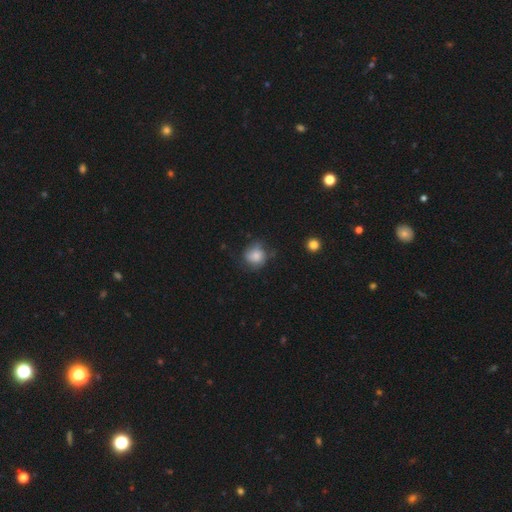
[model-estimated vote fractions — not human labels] Smooth or featured? Predicted: smooth (p=0.74). How rounded? Predicted: round (p=0.79). Merging? Predicted: none (p=0.58).